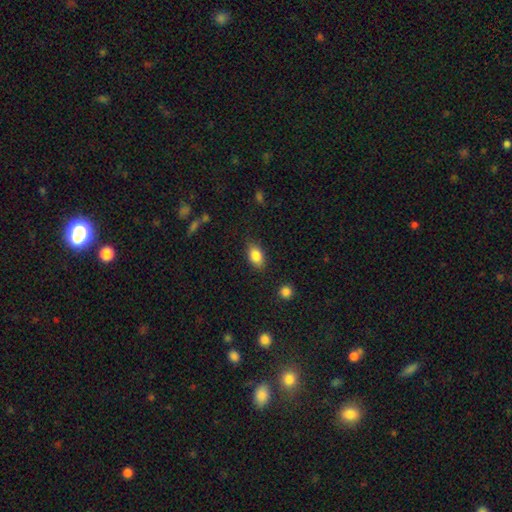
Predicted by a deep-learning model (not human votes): This is clearly a smooth galaxy (84%). How rounded: clearly in between (87%). Merging: clearly none (83%).